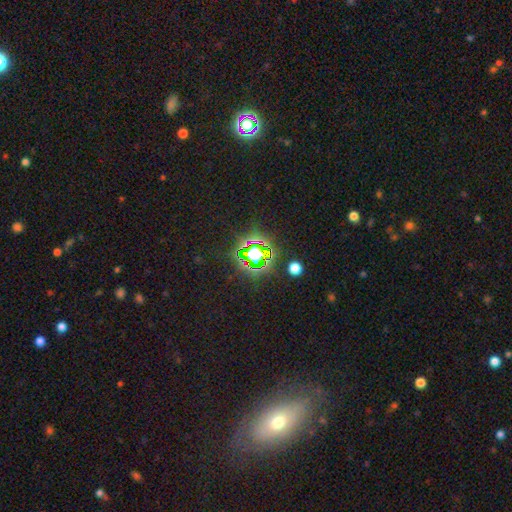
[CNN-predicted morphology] A star or artifact, not a galaxy (78%).

Vote fractions:
- Smooth or featured? star or artifact: 78% / smooth: 14% / featured or disk: 8%